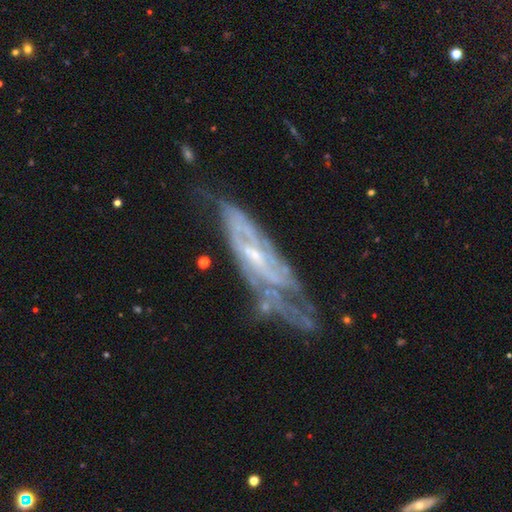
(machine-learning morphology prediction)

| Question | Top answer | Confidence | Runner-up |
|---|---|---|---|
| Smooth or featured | featured or disk | 78% | smooth (13%) |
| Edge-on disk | no | 72% | yes (28%) |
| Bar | no | 44% | weak (39%) |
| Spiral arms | yes | 76% | no (24%) |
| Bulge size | small | 61% | moderate (28%) |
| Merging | none | 41% | minor disturbance (26%) |